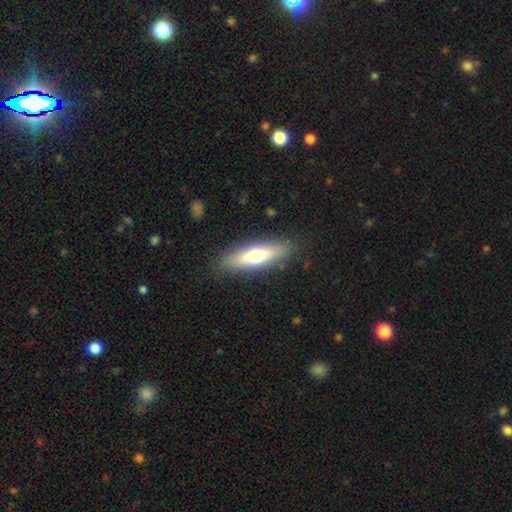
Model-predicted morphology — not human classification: Smooth or featured: smooth — 58% (featured or disk — 35%)
How rounded: cigar-shaped — 53% (in between — 44%)
Merging: none — 86% (minor disturbance — 9%)